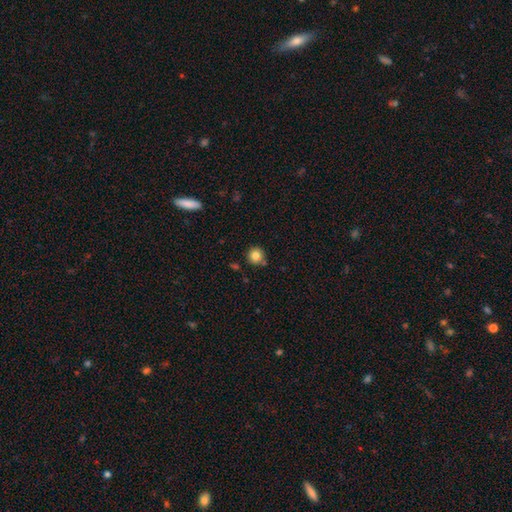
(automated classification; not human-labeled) Smooth or featured? Predicted: smooth (p=0.83). How rounded? Predicted: round (p=0.92). Merging? Predicted: none (p=0.78).